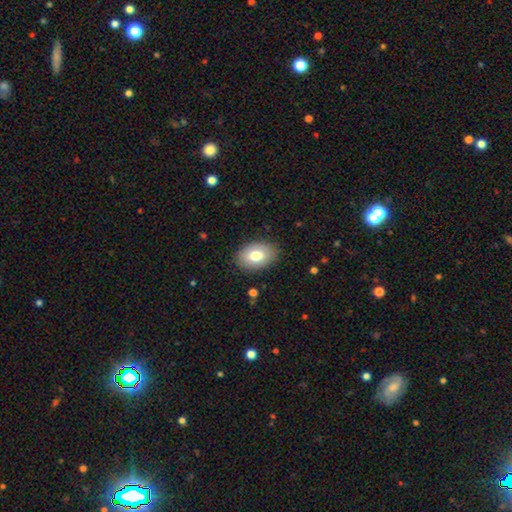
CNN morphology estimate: Smooth or featured? smooth (76%)
How rounded? in between (83%)
Merging? none (86%)